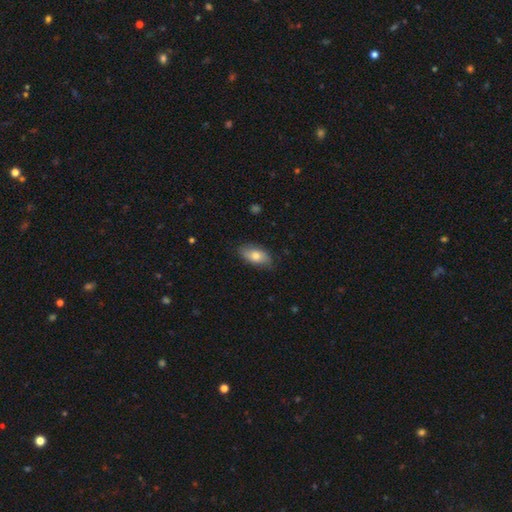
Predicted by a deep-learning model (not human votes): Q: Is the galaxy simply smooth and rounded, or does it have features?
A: smooth — 77%.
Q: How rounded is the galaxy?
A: in between — 91%.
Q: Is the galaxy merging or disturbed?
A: none — 81%.